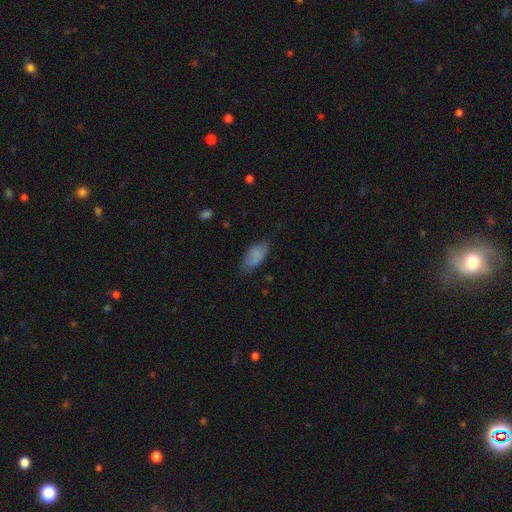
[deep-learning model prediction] Smooth or featured?
  - smooth: 83% *
  - featured or disk: 9%
  - star or artifact: 7%
How rounded?
  - in between: 91% *
  - cigar-shaped: 7%
  - round: 2%
Merging?
  - none: 71% *
  - minor disturbance: 22%
  - major disturbance: 5%
  - merger: 1%